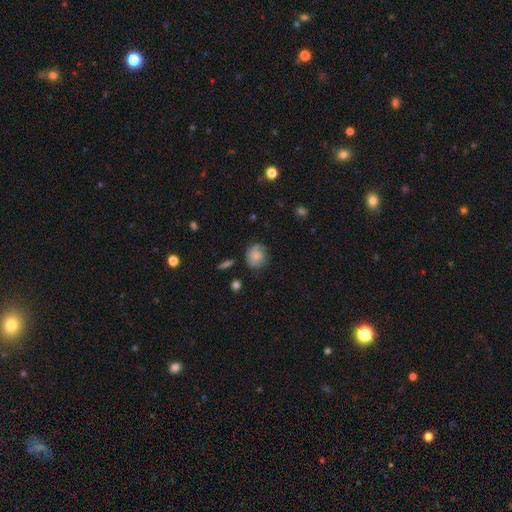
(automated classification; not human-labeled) Smooth or featured: smooth — 62% (featured or disk — 29%)
How rounded: round — 81% (in between — 18%)
Merging: none — 67% (minor disturbance — 24%)